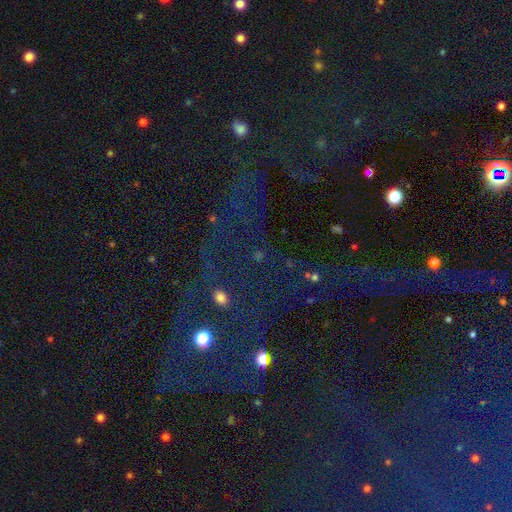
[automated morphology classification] The model was most divided on "smooth or featured": star or artifact: 80%, smooth: 12%, featured or disk: 8%.